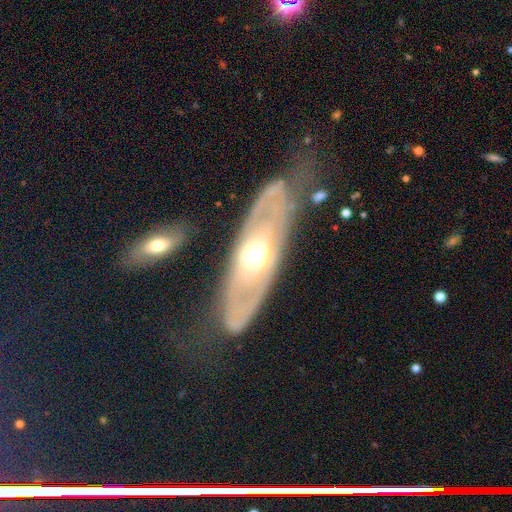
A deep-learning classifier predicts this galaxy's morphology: Q: Smooth or featured?
A: featured or disk (73%); runner-up: smooth (22%)
Q: Edge-on disk?
A: no (70%); runner-up: yes (30%)
Q: Bar?
A: no (74%); runner-up: weak (18%)
Q: Spiral arms?
A: no (50%); tied with: yes (50%)
Q: Bulge size?
A: moderate (69%); runner-up: large (18%)
Q: Merging?
A: none (76%); runner-up: minor disturbance (14%)